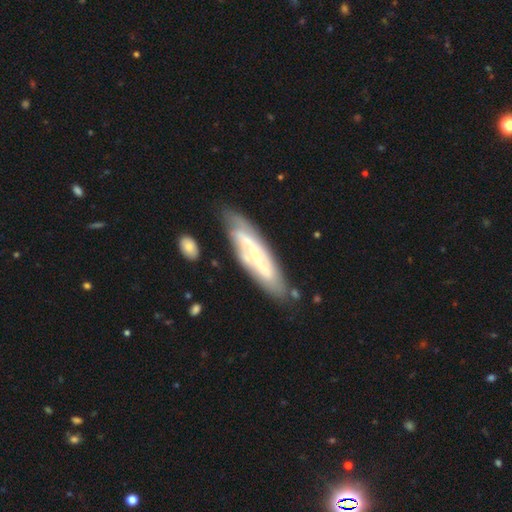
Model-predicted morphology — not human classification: This appears to be a featured or disk galaxy (77%) with a weak bar (37%), 2 (69%) medium (40%) spiral arms (88%) and a small central bulge (62%). Merging: none (76%).